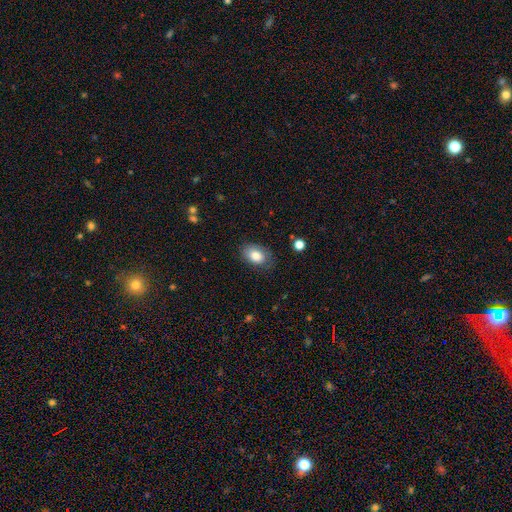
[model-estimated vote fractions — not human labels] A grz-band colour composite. It shows a smooth galaxy with no disk features (81%) that is in between round and cigar-shaped (85%). Merging: none (74%).